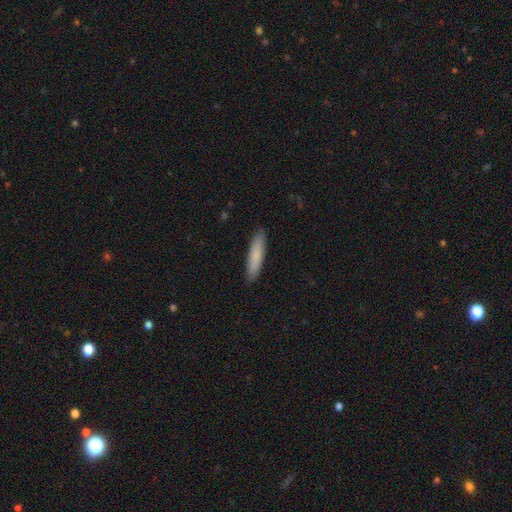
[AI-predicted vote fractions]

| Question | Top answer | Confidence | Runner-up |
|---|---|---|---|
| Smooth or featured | smooth | 81% | featured or disk (13%) |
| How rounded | cigar-shaped | 84% | in between (15%) |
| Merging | none | 90% | minor disturbance (7%) |